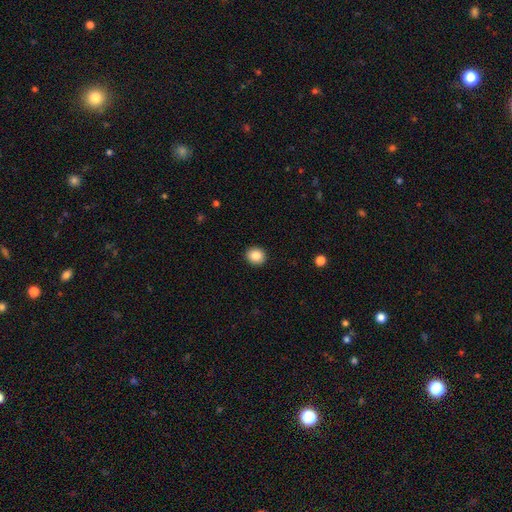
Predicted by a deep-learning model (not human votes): Smooth or featured: smooth — 87% (star or artifact — 9%)
How rounded: round — 81% (in between — 18%)
Merging: none — 92% (minor disturbance — 5%)